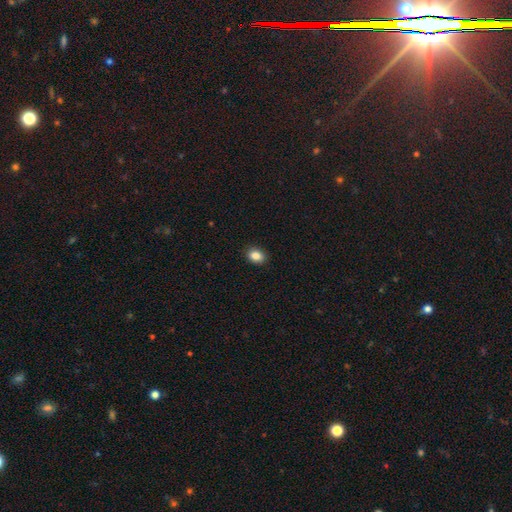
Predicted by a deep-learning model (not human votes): This appears to be a smooth galaxy with no disk features (86%) that is in between round and cigar-shaped (69%). Merging: none (90%).